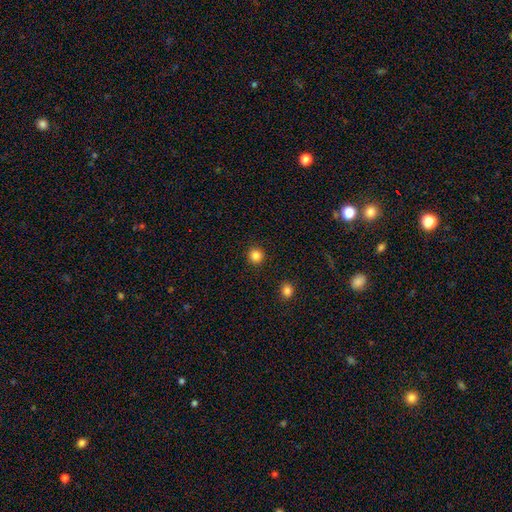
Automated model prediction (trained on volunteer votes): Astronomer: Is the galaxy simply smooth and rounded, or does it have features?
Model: smooth — 85%.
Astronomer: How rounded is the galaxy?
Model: round — 94%.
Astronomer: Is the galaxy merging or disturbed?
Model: none — 92%.